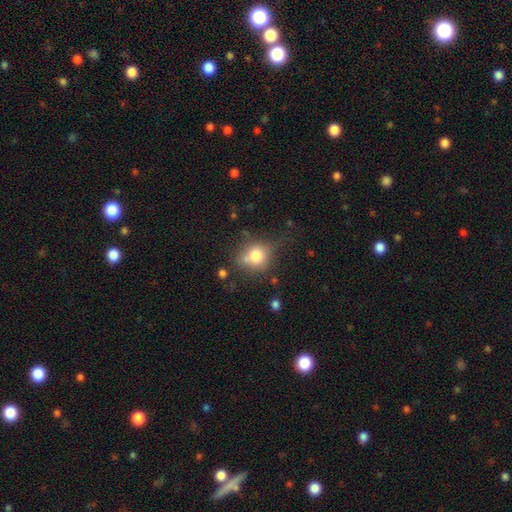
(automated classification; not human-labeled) A smooth galaxy with no disk features (74%) that is round (72%).

Vote fractions:
- Smooth or featured? smooth: 74% / featured or disk: 15% / star or artifact: 12%
- How rounded? round: 72% / in between: 26% / cigar-shaped: 1%
- Merging? none: 53% / minor disturbance: 24% / merger: 12% / major disturbance: 10%